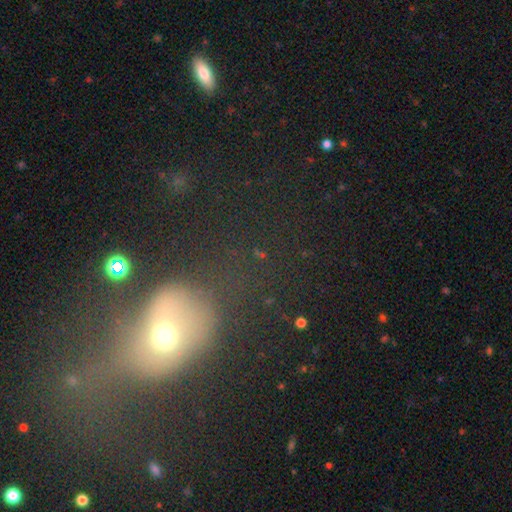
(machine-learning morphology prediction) Smooth or featured? smooth (49%)
Merging? major disturbance (41%)